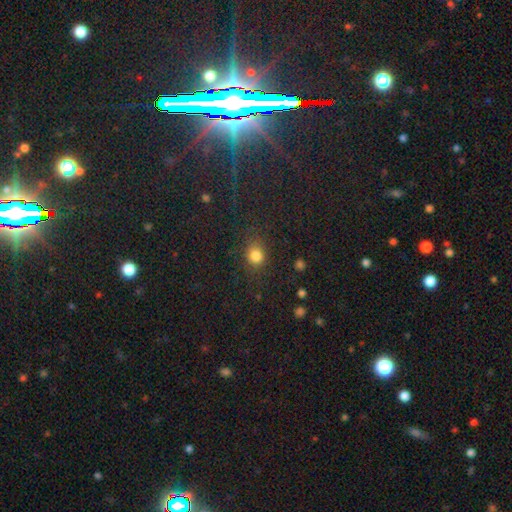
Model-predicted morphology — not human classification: Overall: smooth (79%). How rounded: round (67%; in between 31%). Merging: none (78%).